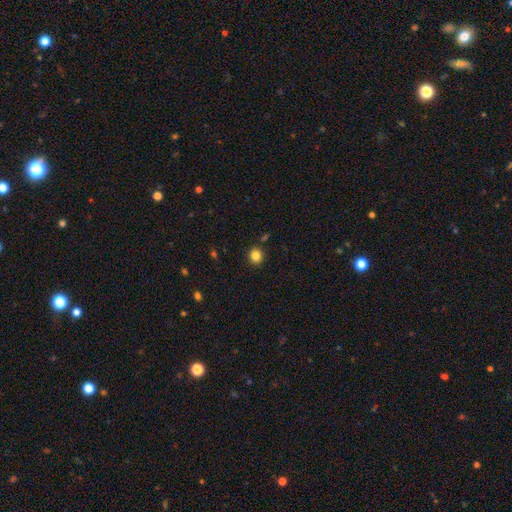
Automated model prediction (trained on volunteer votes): Smooth or featured? Predicted: smooth (p=0.84). How rounded? Predicted: round (p=0.82). Merging? Predicted: none (p=0.89).